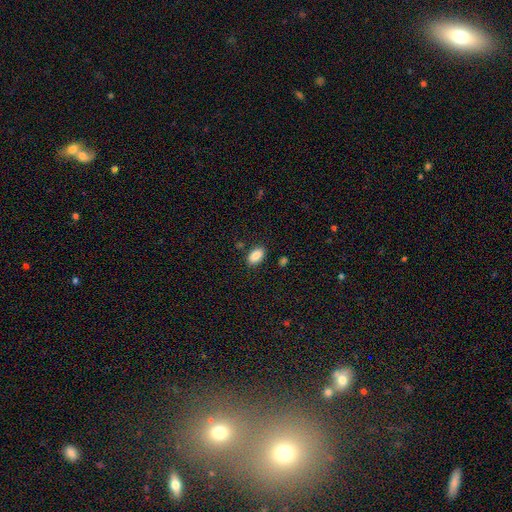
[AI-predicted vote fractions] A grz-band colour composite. It shows a smooth galaxy with no disk features (88%) that is in between round and cigar-shaped (92%). Merging: none (85%).